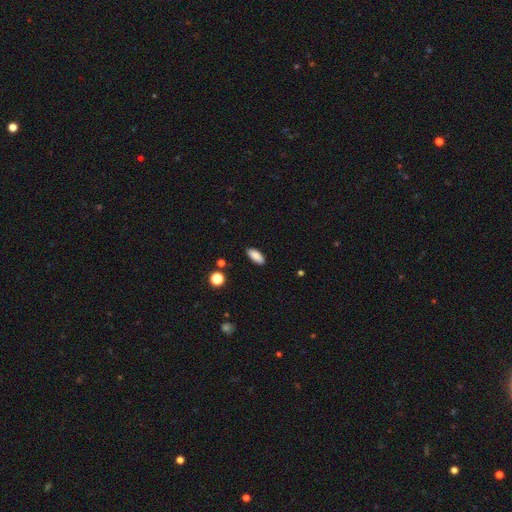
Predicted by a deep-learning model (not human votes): Smooth or featured?
  - smooth: 87% *
  - star or artifact: 8%
  - featured or disk: 5%
How rounded?
  - in between: 84% *
  - cigar-shaped: 13%
  - round: 2%
Merging?
  - none: 88% *
  - minor disturbance: 8%
  - major disturbance: 2%
  - merger: 1%